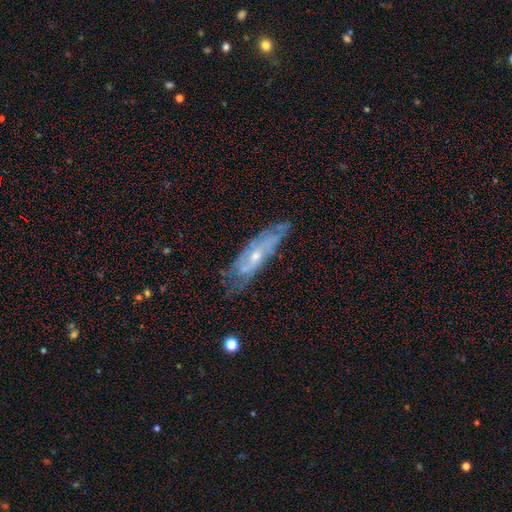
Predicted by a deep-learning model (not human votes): This is likely a featured or disk galaxy (71%). It is likely not viewed edge-on (69%). Merging: likely none (66%).